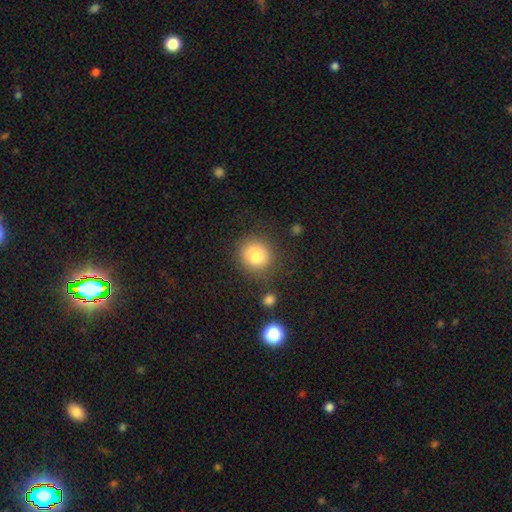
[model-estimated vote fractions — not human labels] Smooth or featured? smooth (82%)
How rounded? round (83%)
Merging? none (80%)